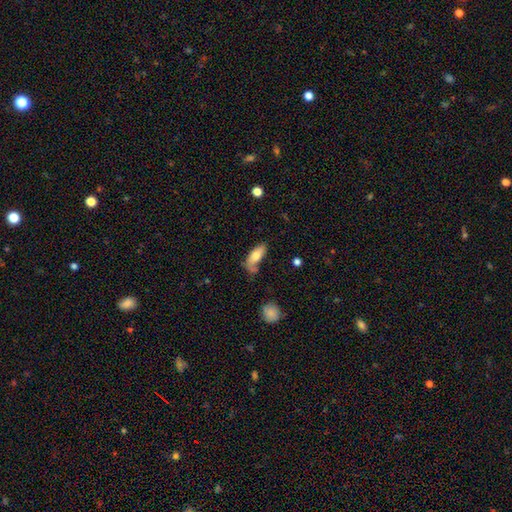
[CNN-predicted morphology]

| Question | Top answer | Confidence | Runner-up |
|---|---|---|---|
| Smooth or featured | smooth | 73% | featured or disk (20%) |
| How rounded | in between | 76% | cigar-shaped (21%) |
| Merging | none | 43% | minor disturbance (30%) |